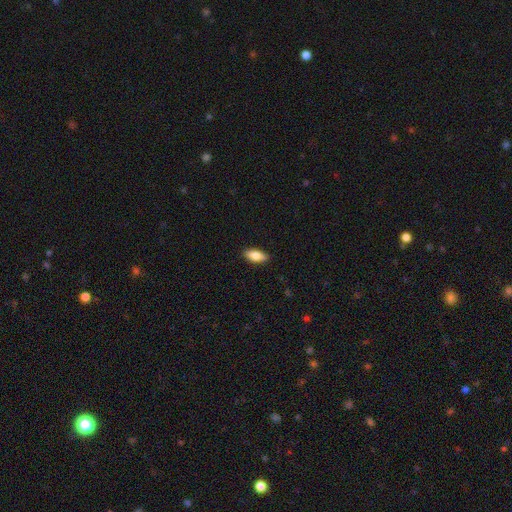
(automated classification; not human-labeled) smooth-or-featured: smooth: 82% | featured or disk: 12% | star or artifact: 6%
  how-rounded: in between: 84% | cigar-shaped: 13% | round: 2%
  merging: none: 89% | minor disturbance: 8% | major disturbance: 2% | merger: 1%